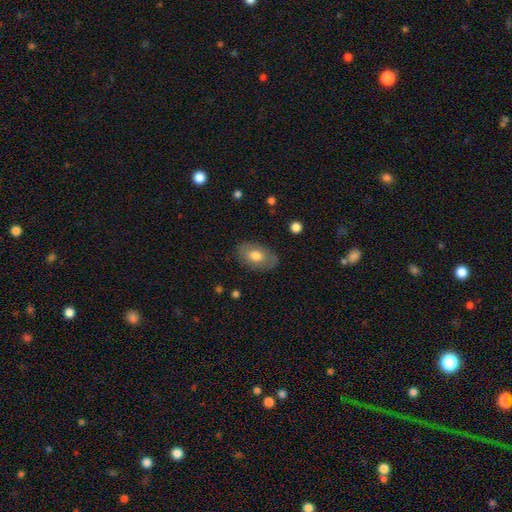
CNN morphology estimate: Overall: smooth (66%; featured or disk 28%). How rounded: in between (89%). Merging: none (81%).